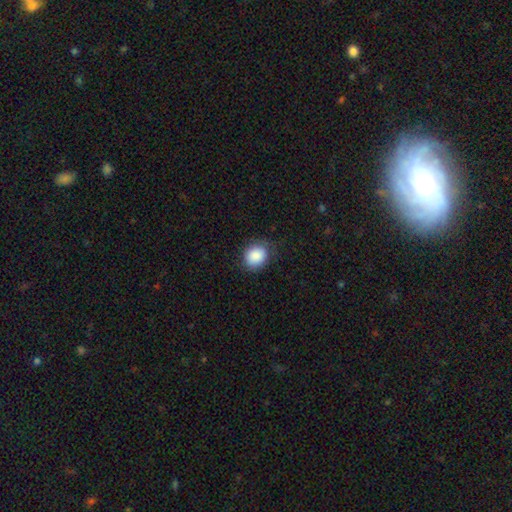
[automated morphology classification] A smooth galaxy with no disk features (86%) that is round (63%).

Vote fractions:
- Smooth or featured? smooth: 86% / star or artifact: 8% / featured or disk: 6%
- How rounded? round: 63% / in between: 36% / cigar-shaped: 1%
- Merging? none: 75% / minor disturbance: 19% / major disturbance: 5% / merger: 1%